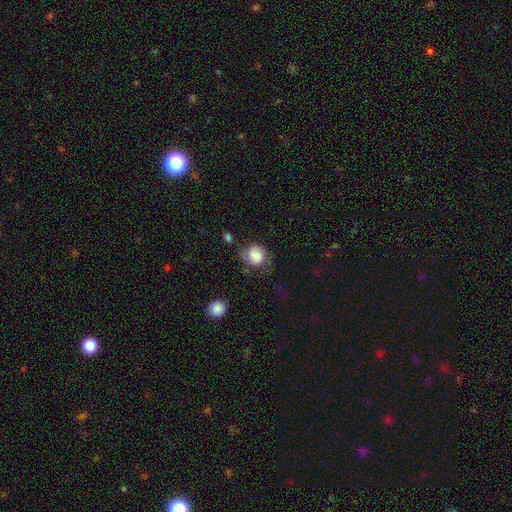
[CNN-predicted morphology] The model was most divided on "merging": none: 44%, minor disturbance: 30%, major disturbance: 21%, merger: 4%. More confident: smooth or featured — smooth (72%); how rounded — round (70%).